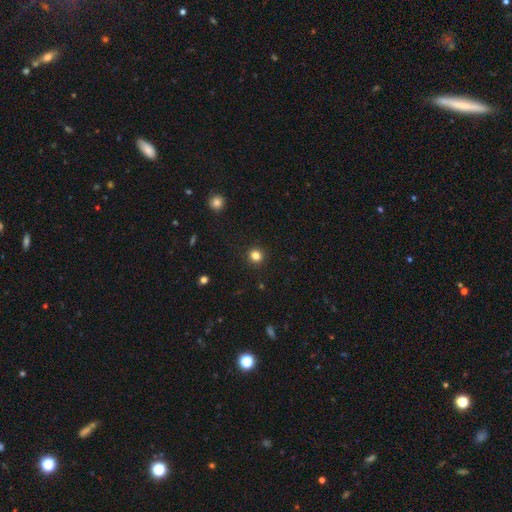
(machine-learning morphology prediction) Smooth or featured?
  - smooth: 82% *
  - star or artifact: 13%
  - featured or disk: 5%
How rounded?
  - round: 92% *
  - in between: 7%
  - cigar-shaped: 1%
Merging?
  - none: 92% *
  - minor disturbance: 5%
  - major disturbance: 2%
  - merger: 1%